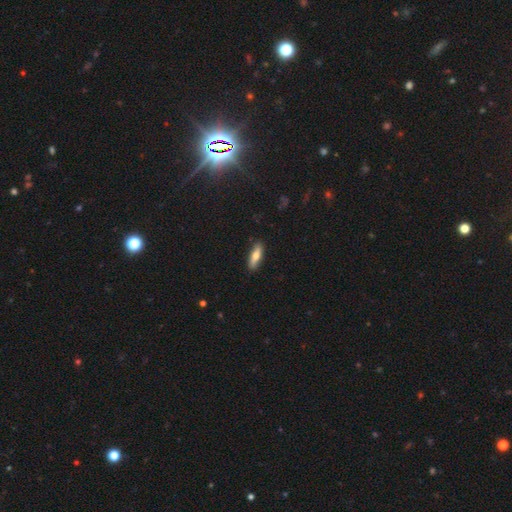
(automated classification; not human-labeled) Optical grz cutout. It shows a smooth galaxy with no disk features (65%) that is cigar-shaped (62%). Merging: none (88%).